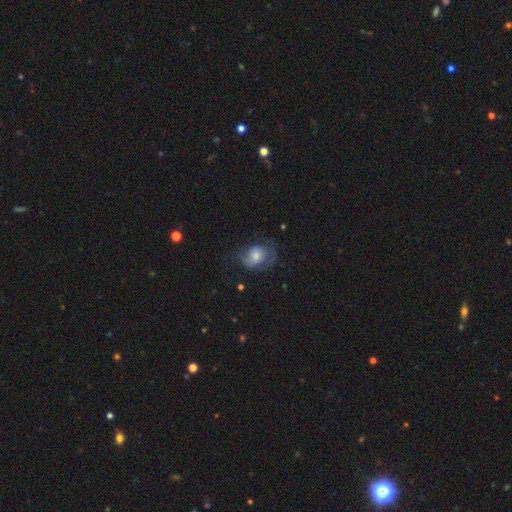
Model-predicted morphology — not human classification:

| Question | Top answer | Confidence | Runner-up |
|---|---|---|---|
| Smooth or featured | smooth | 54% | featured or disk (37%) |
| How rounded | in between | 59% | round (40%) |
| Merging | none | 42% | major disturbance (29%) |